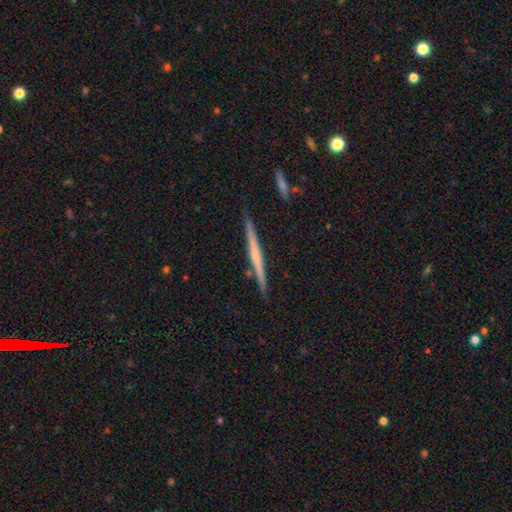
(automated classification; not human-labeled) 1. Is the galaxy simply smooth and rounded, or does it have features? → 60% featured or disk, 34% smooth, 6% star or artifact.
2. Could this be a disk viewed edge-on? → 98% yes, 2% no.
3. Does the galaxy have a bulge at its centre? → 71% none, 20% rounded, 9% boxy.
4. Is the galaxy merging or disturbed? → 87% none, 9% minor disturbance, 2% merger, 2% major disturbance.